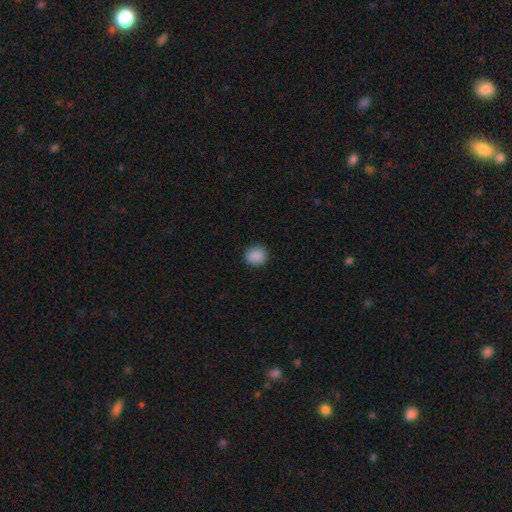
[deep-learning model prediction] Morphology: type=smooth (89%); roundness=round (81%); merging=none (90%).